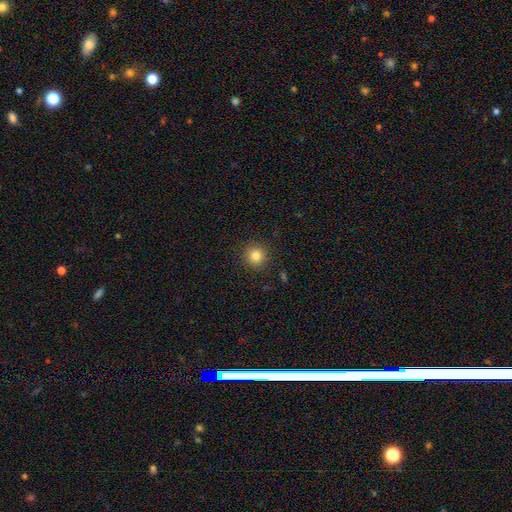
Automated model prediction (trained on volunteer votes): Morphology: type=smooth (83%); roundness=round (94%); merging=none (91%).